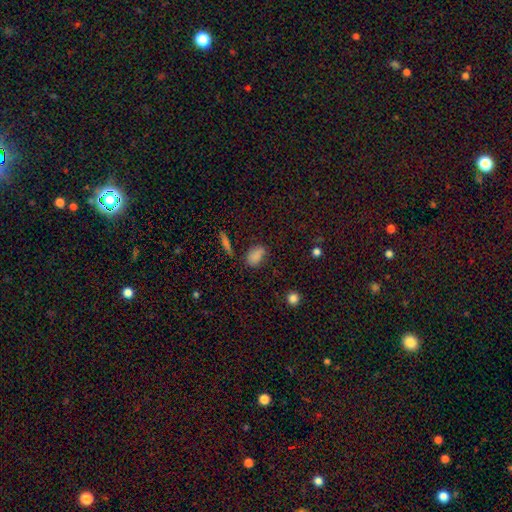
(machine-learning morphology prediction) type=smooth (80%); roundness=in between (85%); merging=none (68%).